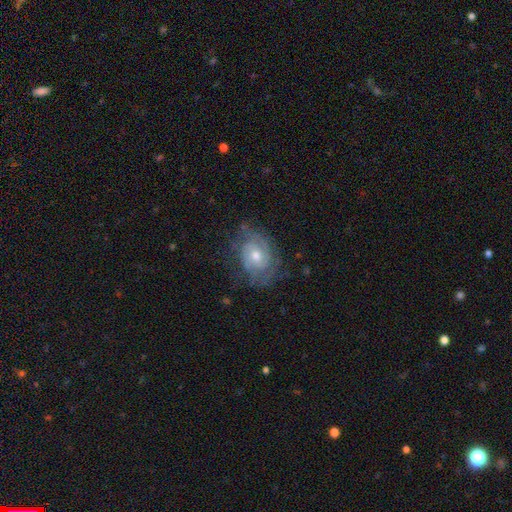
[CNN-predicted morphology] Q: Smooth or featured?
A: featured or disk (80%); runner-up: smooth (14%)
Q: Edge-on disk?
A: no (97%); runner-up: yes (3%)
Q: Bar?
A: no (67%); runner-up: weak (29%)
Q: Spiral arms?
A: yes (92%); runner-up: no (8%)
Q: Spiral winding?
A: tight (62%); runner-up: medium (30%)
Q: Spiral arm count?
A: 2 (48%); runner-up: can't tell (29%)
Q: Bulge size?
A: moderate (64%); runner-up: small (30%)
Q: Merging?
A: none (68%); runner-up: minor disturbance (21%)